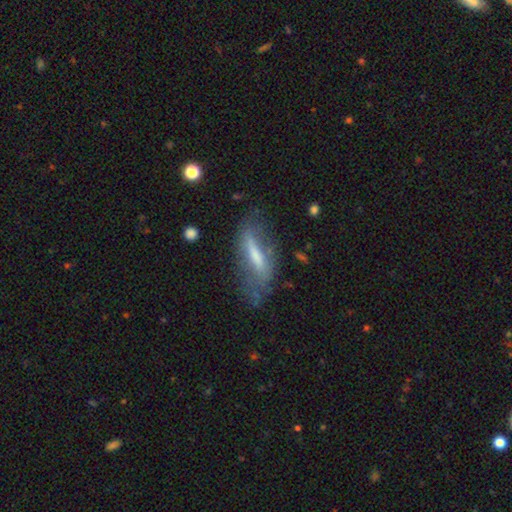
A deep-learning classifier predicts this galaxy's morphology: This appears to be a featured or disk galaxy (46%, tied with smooth). Merging: none (50%).